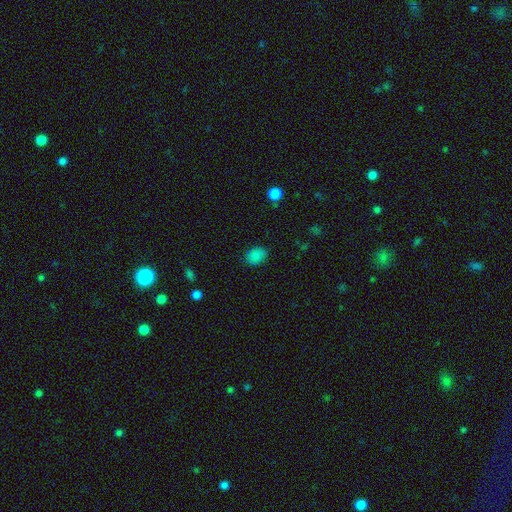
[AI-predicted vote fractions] Q: Smooth or featured?
A: smooth (84%); runner-up: star or artifact (11%)
Q: How rounded?
A: in between (65%); runner-up: round (34%)
Q: Merging?
A: none (82%); runner-up: minor disturbance (14%)